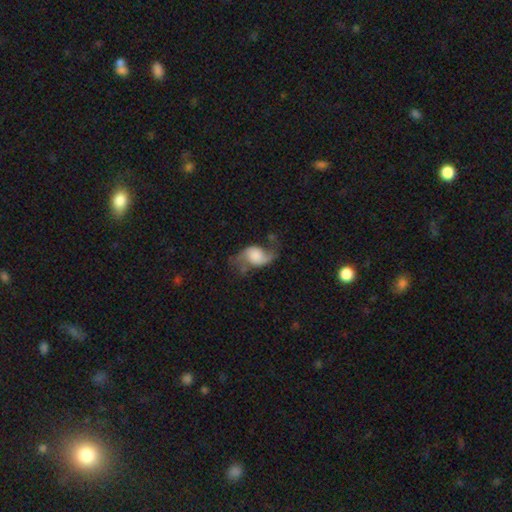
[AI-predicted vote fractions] A featured or disk galaxy (69%) with no bar (68%), 2 (89%) loose (73%) spiral arms (91%) and a large central bulge (30%).

Vote fractions:
- Smooth or featured? featured or disk: 69% / smooth: 23% / star or artifact: 8%
- Edge-on disk? no: 97% / yes: 3%
- Bar? no: 68% / weak: 26% / strong: 7%
- Spiral arms? yes: 91% / no: 9%
- Spiral winding? loose: 73% / medium: 22% / tight: 5%
- Spiral arm count? 2: 89% / 1: 5% / can't tell: 3% / 3: 1% / 4: 1% / more than 4: 1%
- Bulge size? large: 30% / none: 28% / dominant: 18% / small: 12% / moderate: 12%
- Merging? none: 53% / minor disturbance: 24% / major disturbance: 19% / merger: 4%